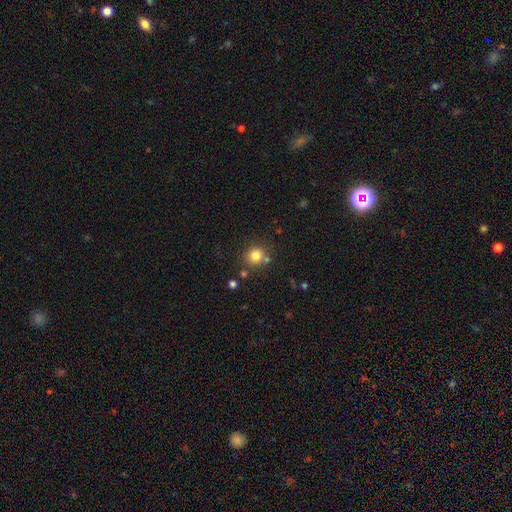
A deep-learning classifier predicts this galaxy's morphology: A smooth galaxy with no disk features (81%) that is round (87%).

Vote fractions:
- Smooth or featured? smooth: 81% / star or artifact: 13% / featured or disk: 7%
- How rounded? round: 87% / in between: 12% / cigar-shaped: 1%
- Merging? none: 75% / merger: 12% / minor disturbance: 10% / major disturbance: 4%